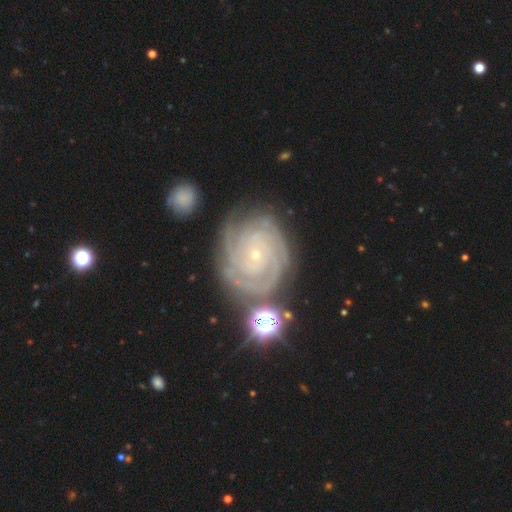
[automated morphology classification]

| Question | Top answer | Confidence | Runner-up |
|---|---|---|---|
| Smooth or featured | featured or disk | 88% | star or artifact (7%) |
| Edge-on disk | no | 97% | yes (3%) |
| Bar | no | 80% | weak (15%) |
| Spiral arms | yes | 98% | no (2%) |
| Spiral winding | tight | 84% | medium (14%) |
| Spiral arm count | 3 | 23% | can't tell (21%) |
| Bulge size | small | 87% | moderate (10%) |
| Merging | none | 72% | minor disturbance (17%) |